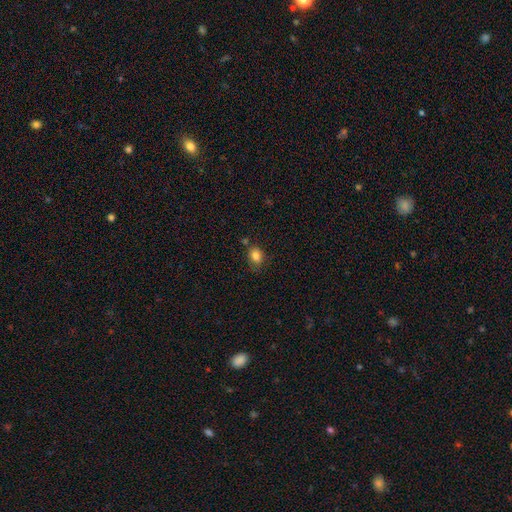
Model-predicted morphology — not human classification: Q: Smooth or featured?
A: smooth (83%); runner-up: star or artifact (11%)
Q: How rounded?
A: in between (55%); runner-up: round (44%)
Q: Merging?
A: none (71%); runner-up: minor disturbance (18%)